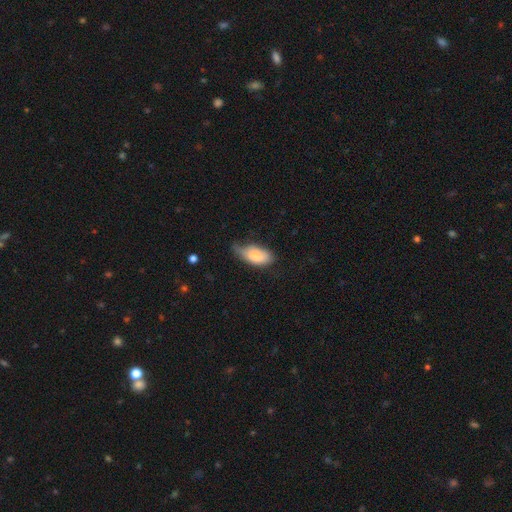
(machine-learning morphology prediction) Overall: smooth (77%). How rounded: in between (91%). Merging: minor disturbance (45%; none 39%).